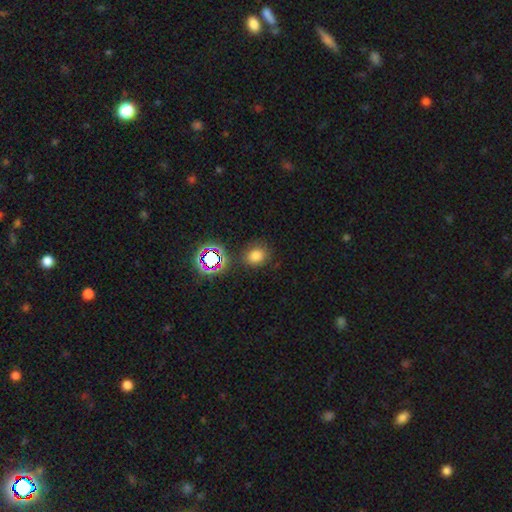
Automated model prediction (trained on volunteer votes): Smooth or featured? Predicted: smooth (p=0.73). How rounded? Predicted: round (p=0.62). Merging? Predicted: none (p=0.80).